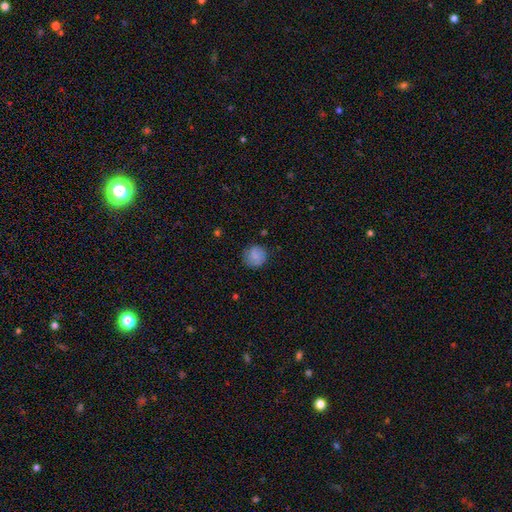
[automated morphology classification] Smooth or featured? smooth (83%)
How rounded? round (91%)
Merging? none (82%)